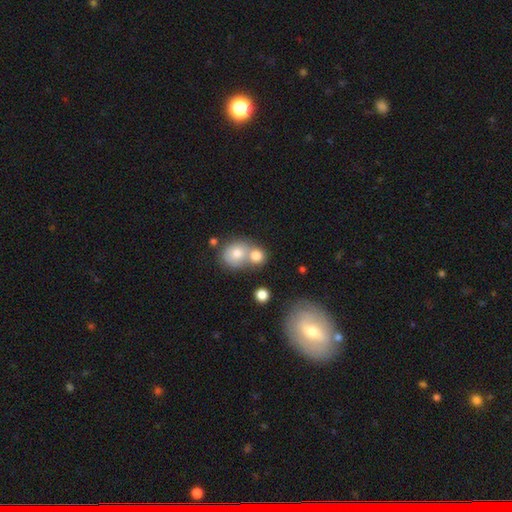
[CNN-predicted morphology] Smooth or featured?
  - smooth: 77% *
  - featured or disk: 13%
  - star or artifact: 10%
How rounded?
  - round: 77% *
  - in between: 22%
  - cigar-shaped: 1%
Merging?
  - merger: 51% *
  - none: 38%
  - minor disturbance: 7%
  - major disturbance: 3%